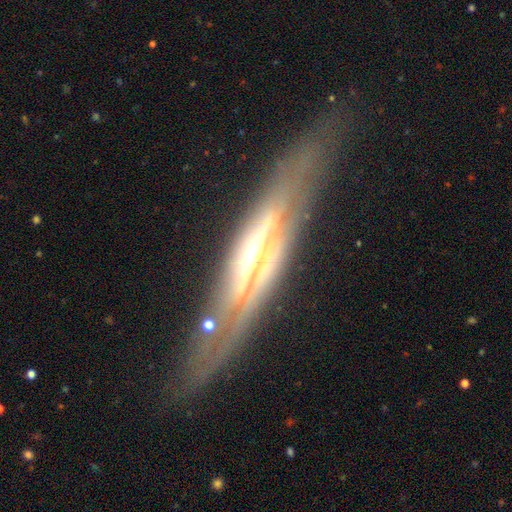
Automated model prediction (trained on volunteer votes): The model was most divided on "merging": none: 77%, minor disturbance: 14%, major disturbance: 7%, merger: 2%. More confident: edge-on disk — yes (87%); smooth or featured — featured or disk (84%); edge-on bulge — rounded (76%).